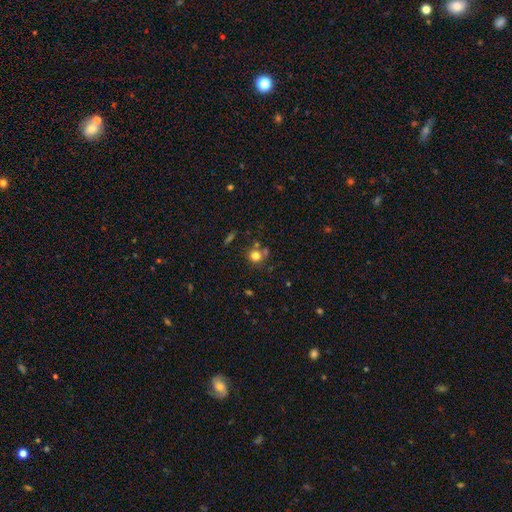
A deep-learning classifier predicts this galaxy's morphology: smooth-or-featured: smooth: 76% | star or artifact: 14% | featured or disk: 9%
  how-rounded: round: 88% | in between: 11% | cigar-shaped: 1%
  merging: none: 65% | merger: 20% | minor disturbance: 11% | major disturbance: 5%